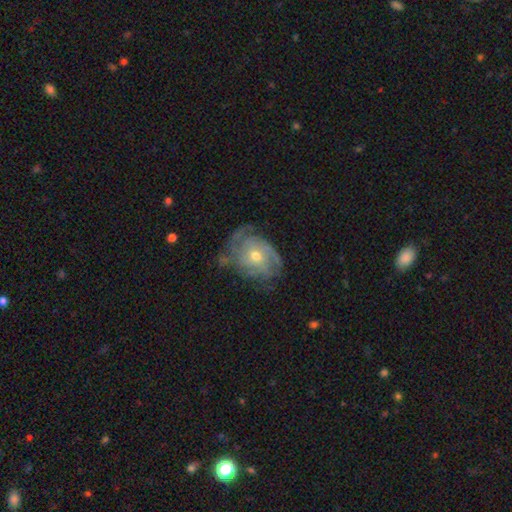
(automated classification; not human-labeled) This appears to be a featured or disk galaxy (83%) with no bar (76%), tight (60%) spiral arms (92%) and a moderate central bulge (57%). Merging: none (62%).